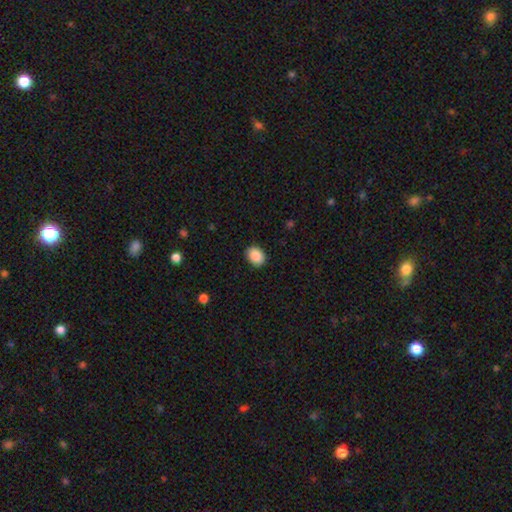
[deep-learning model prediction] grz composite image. It shows a smooth galaxy with no disk features (89%) that is in between round and cigar-shaped (63%). Merging: none (89%).